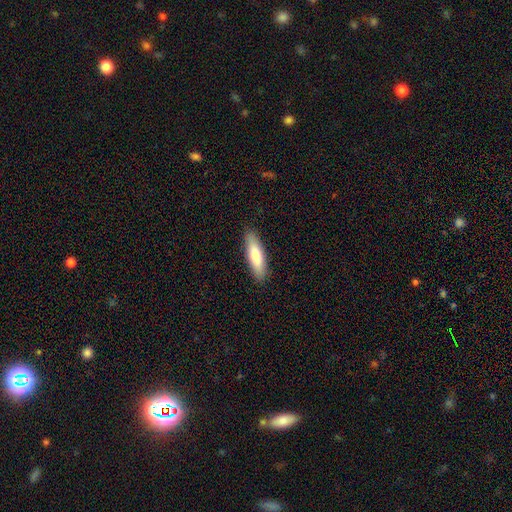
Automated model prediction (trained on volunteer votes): Overall: smooth (77%). How rounded: cigar-shaped (64%; in between 35%). Merging: none (89%).